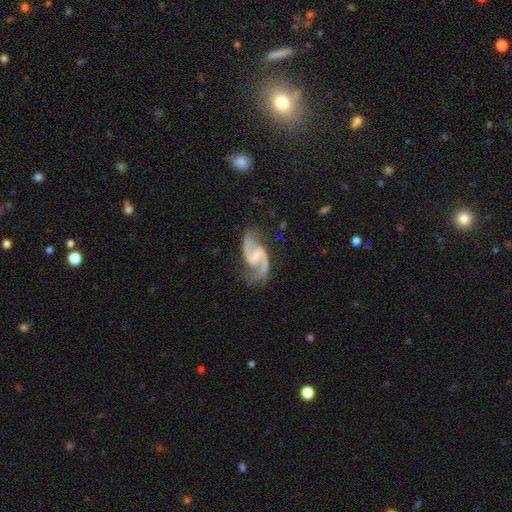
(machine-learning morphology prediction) smooth-or-featured: featured or disk: 93% | star or artifact: 4% | smooth: 3%
  disk-edge-on: no: 98% | yes: 2%
    bar: weak: 49% | strong: 27% | no: 24%
    has-spiral-arms: yes: 98% | no: 2%
      spiral-winding: medium: 52% | loose: 37% | tight: 11%
      spiral-arm-count: 2: 94% | can't tell: 1% | 1: 1% | 3: 1% | 4: 1% | more than 4: 1%
    bulge-size: small: 46% | none: 32% | moderate: 19% | large: 2% | dominant: 1%
  merging: none: 76% | minor disturbance: 15% | major disturbance: 6% | merger: 2%